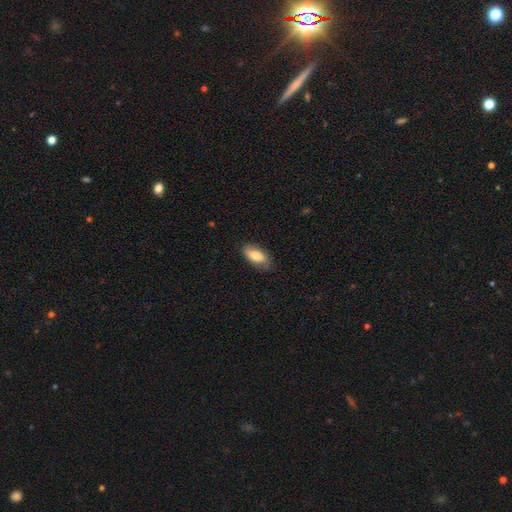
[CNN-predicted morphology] Smooth or featured? smooth (76%)
How rounded? in between (90%)
Merging? none (80%)